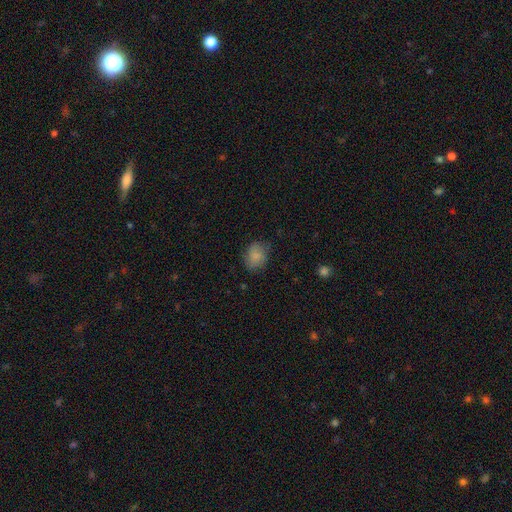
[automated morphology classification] A smooth galaxy with no disk features (83%) that is round (54%).

Vote fractions:
- Smooth or featured? smooth: 83% / featured or disk: 9% / star or artifact: 8%
- How rounded? round: 54% / in between: 45% / cigar-shaped: 1%
- Merging? none: 71% / minor disturbance: 22% / major disturbance: 6% / merger: 1%